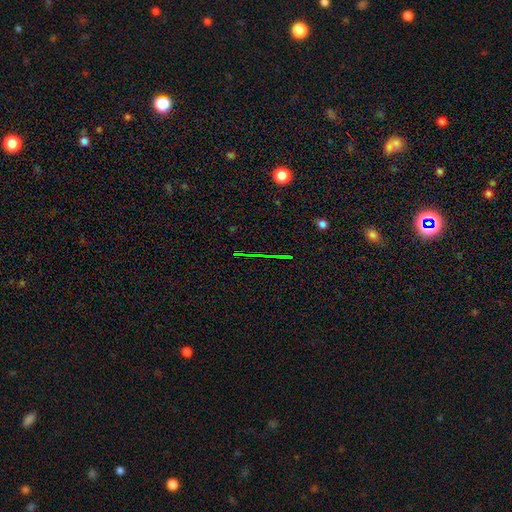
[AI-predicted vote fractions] This is likely a star or artifact rather than a galaxy (76%).